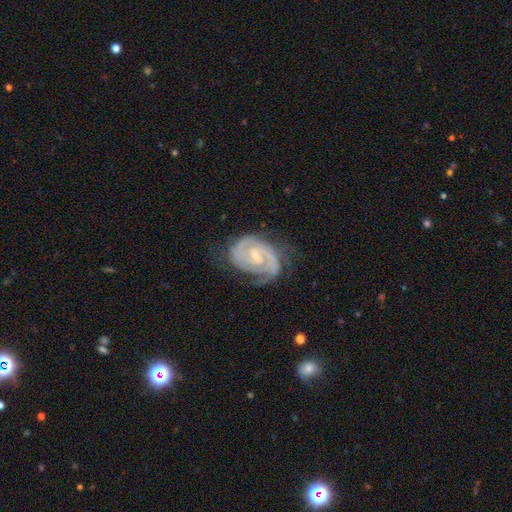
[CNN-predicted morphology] The model was most divided on "bar": no: 53%, weak: 37%, strong: 10%. More confident: edge-on disk — no (98%); spiral arms — yes (98%); smooth or featured — featured or disk (90%); spiral winding — tight (65%); merging — none (65%); bulge size — small (64%); spiral arm count — 2 (57%).